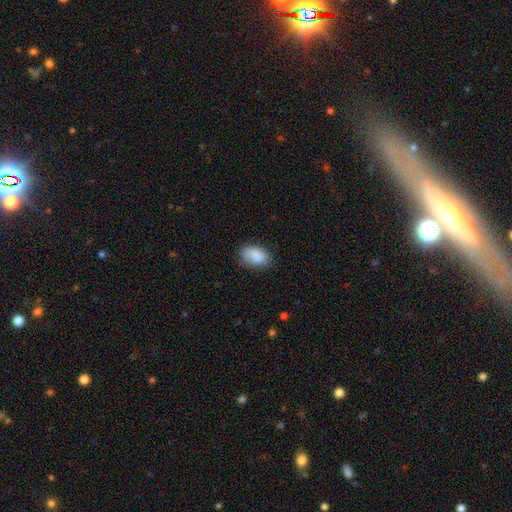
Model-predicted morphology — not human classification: type=smooth (88%); roundness=in between (90%); merging=none (75%).